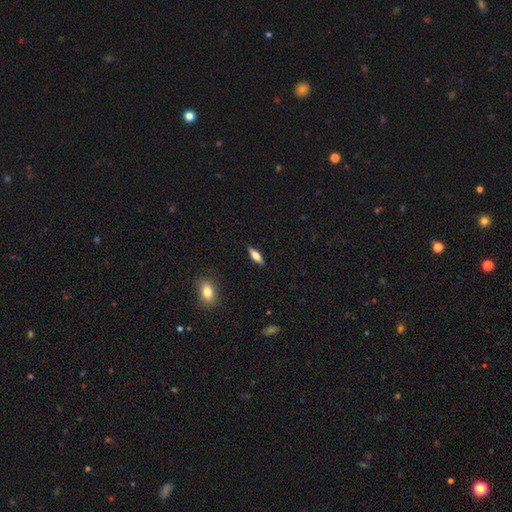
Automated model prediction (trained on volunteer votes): Morphology: type=smooth (66%); roundness=in between (57%); merging=none (88%).